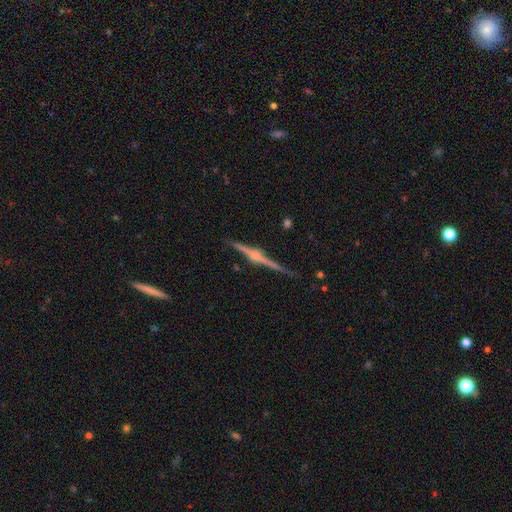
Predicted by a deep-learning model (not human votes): Smooth or featured: featured or disk — 87% (smooth — 7%)
Edge-on disk: yes — 98% (no — 2%)
Edge-on bulge: rounded — 90% (boxy — 6%)
Merging: none — 87% (minor disturbance — 9%)